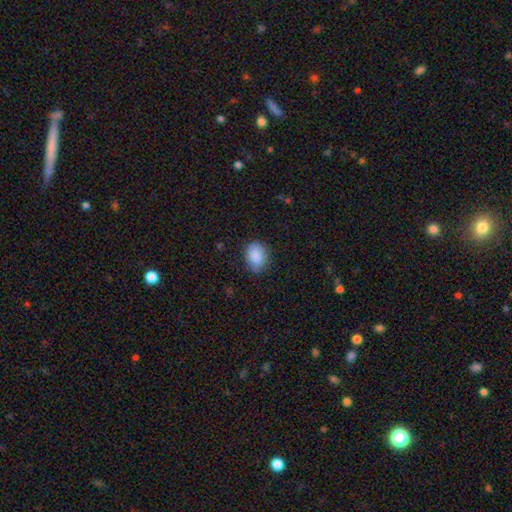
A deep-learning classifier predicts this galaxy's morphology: This is clearly a smooth galaxy (88%). How rounded: likely in between (70%). Merging: likely none (77%).